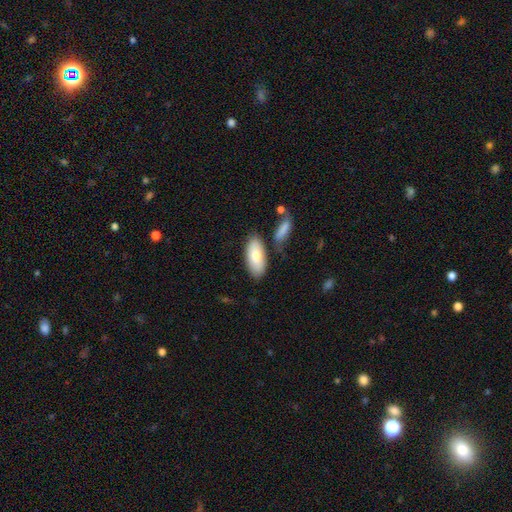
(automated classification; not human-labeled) Smooth or featured? smooth (78%)
How rounded? in between (89%)
Merging? none (73%)